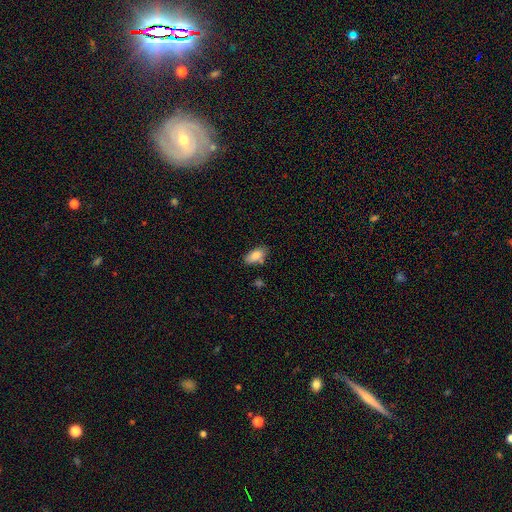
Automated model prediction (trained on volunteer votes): This is clearly a smooth galaxy (84%). How rounded: clearly in between (91%). Merging: likely none (69%).